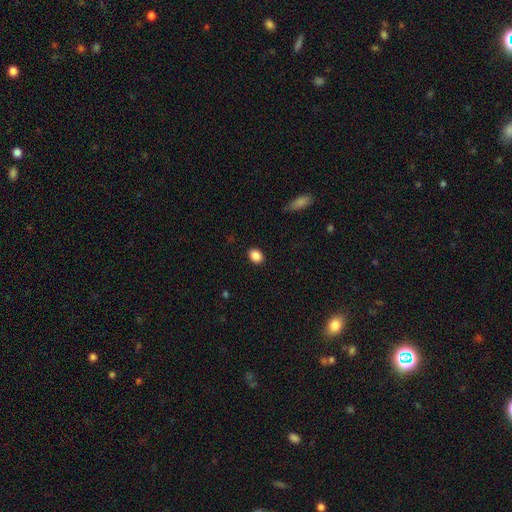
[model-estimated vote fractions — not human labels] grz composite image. It shows a smooth galaxy with no disk features (88%) that is in between round and cigar-shaped (60%). Merging: none (89%).